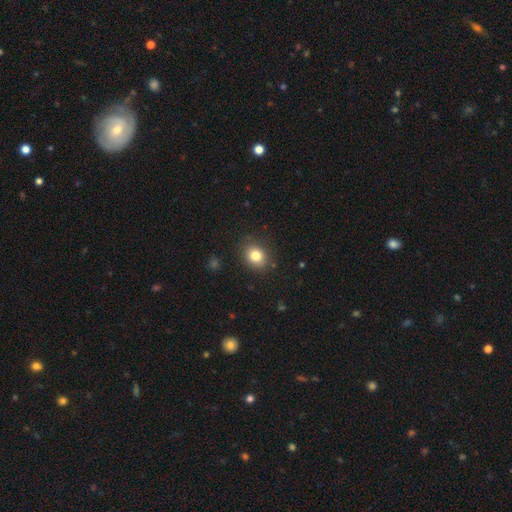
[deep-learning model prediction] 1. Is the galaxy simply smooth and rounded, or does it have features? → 81% smooth, 11% star or artifact, 8% featured or disk.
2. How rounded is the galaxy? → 60% round, 39% in between, 1% cigar-shaped.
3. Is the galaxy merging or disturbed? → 85% none, 10% minor disturbance, 3% major disturbance, 1% merger.